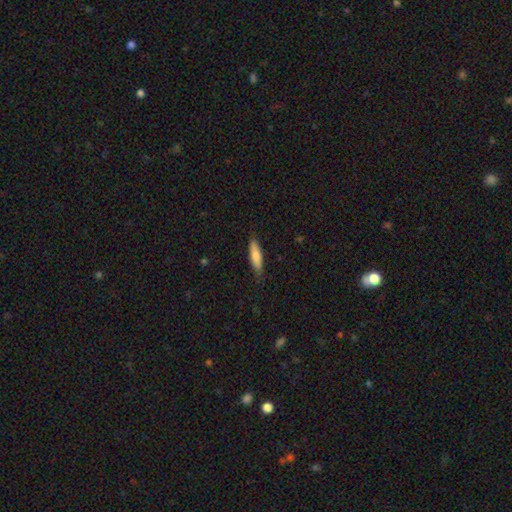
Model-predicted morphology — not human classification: smooth_or_featured: smooth (p=0.77) [alt: featured or disk p=0.17]
how_rounded: cigar-shaped (p=0.68) [alt: in between p=0.30]
merging: none (p=0.83) [alt: minor disturbance p=0.13]